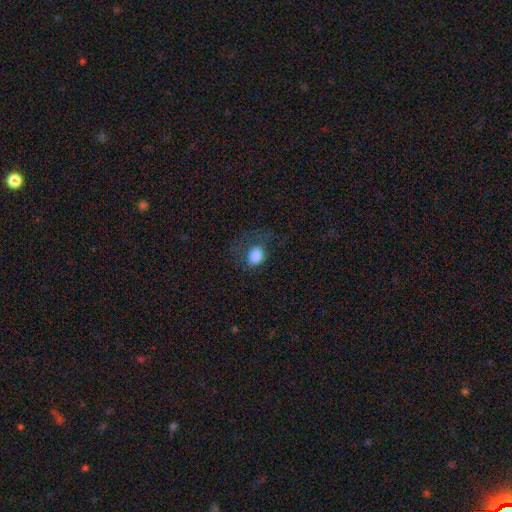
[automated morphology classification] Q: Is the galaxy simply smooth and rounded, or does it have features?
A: smooth — 79%.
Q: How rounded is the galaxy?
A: in between — 52%.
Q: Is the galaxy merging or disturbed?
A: none — 46%.